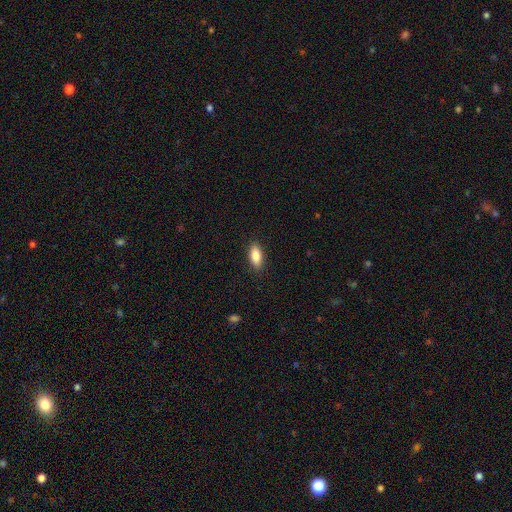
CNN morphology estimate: This is clearly a smooth galaxy (86%). How rounded: clearly in between (81%). Merging: clearly none (89%).